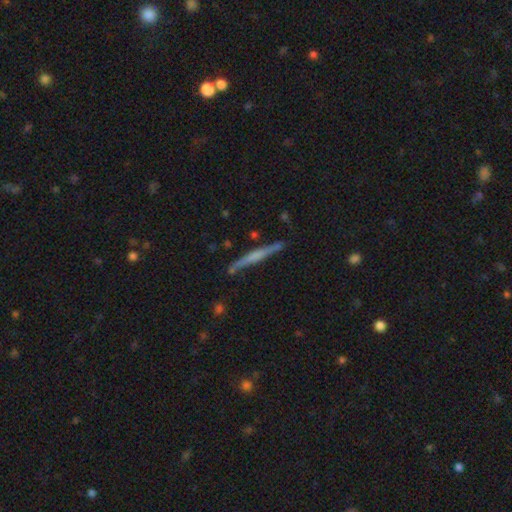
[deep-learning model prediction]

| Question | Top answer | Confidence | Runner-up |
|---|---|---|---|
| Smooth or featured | featured or disk | 62% | smooth (32%) |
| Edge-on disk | yes | 97% | no (3%) |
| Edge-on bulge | none | 42% | rounded (35%) |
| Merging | none | 82% | minor disturbance (13%) |